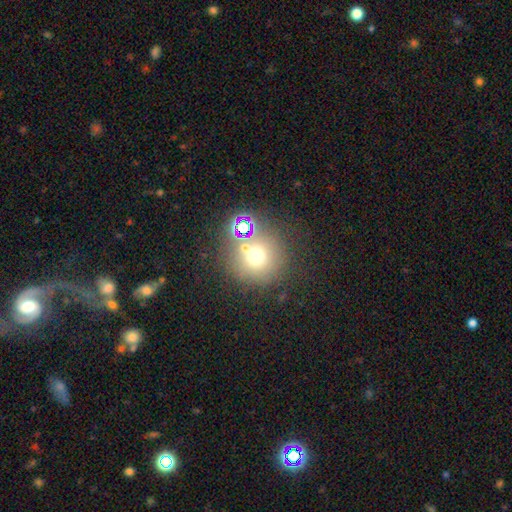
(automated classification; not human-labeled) A smooth galaxy with no disk features (61%) that is round (93%). Merging: none (68%).